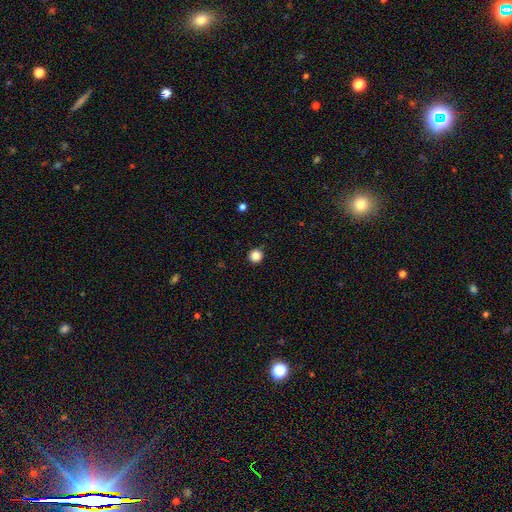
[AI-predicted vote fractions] smooth_or_featured: smooth (p=0.85) [alt: star or artifact p=0.11]
how_rounded: round (p=0.96) [alt: in between p=0.03]
merging: none (p=0.92) [alt: minor disturbance p=0.05]